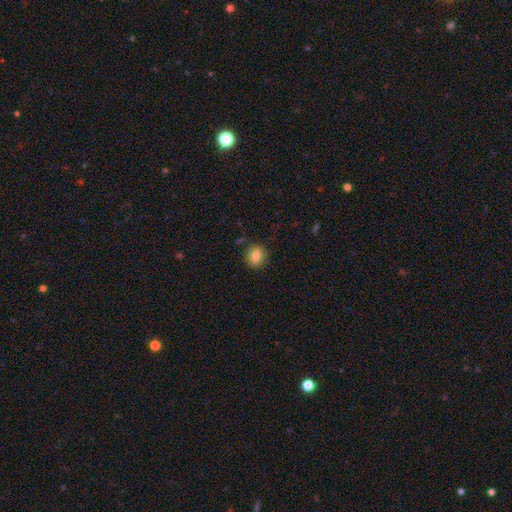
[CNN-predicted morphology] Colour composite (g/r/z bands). It shows a smooth galaxy with no disk features (83%) that is round (75%). Merging: none (86%).